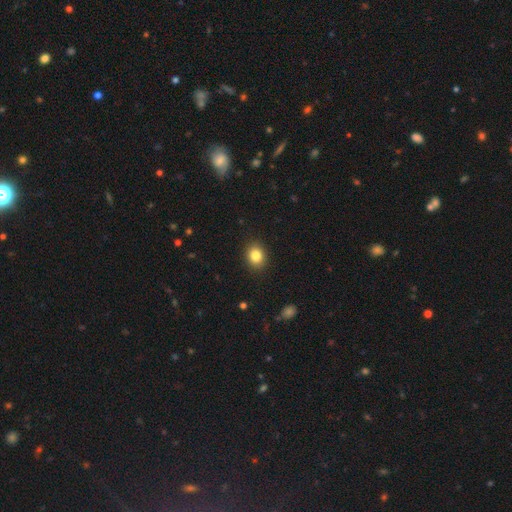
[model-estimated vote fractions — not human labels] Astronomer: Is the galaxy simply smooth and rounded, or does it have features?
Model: smooth — 84%.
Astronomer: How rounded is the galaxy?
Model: round — 59% (runner-up: in between, 40%).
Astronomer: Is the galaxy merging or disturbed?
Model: none — 90%.